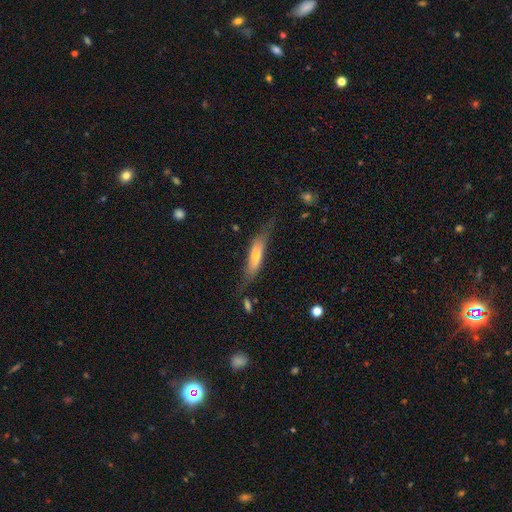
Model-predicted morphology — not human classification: Smooth or featured: smooth — 50% (featured or disk — 44%)
Merging: none — 57% (minor disturbance — 28%)